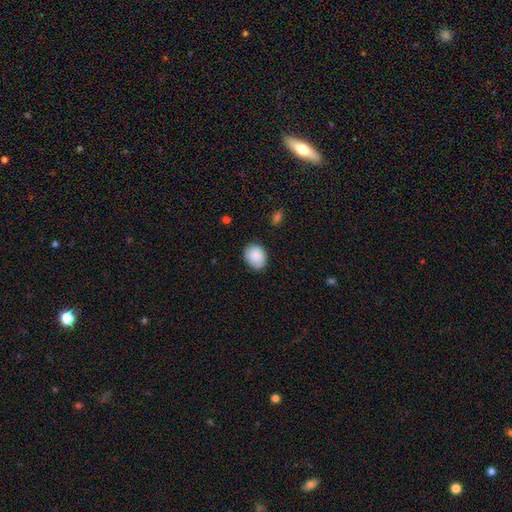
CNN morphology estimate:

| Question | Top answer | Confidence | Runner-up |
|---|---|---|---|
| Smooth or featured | smooth | 87% | star or artifact (7%) |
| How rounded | in between | 50% | round (49%) |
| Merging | none | 80% | minor disturbance (15%) |